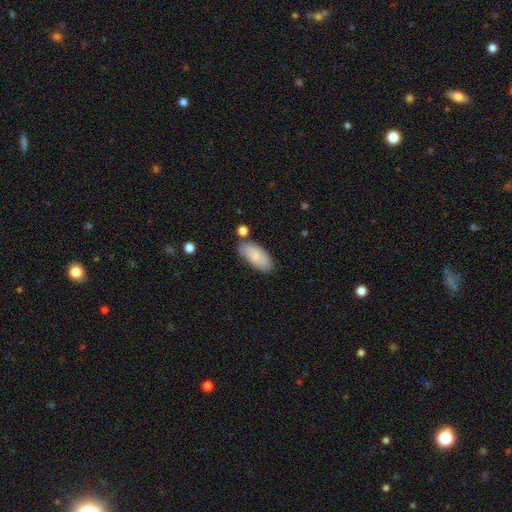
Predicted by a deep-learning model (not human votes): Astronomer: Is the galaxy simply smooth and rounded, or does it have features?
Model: smooth — 83%.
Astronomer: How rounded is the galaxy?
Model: in between — 90%.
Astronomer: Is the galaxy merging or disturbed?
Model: none — 70%.